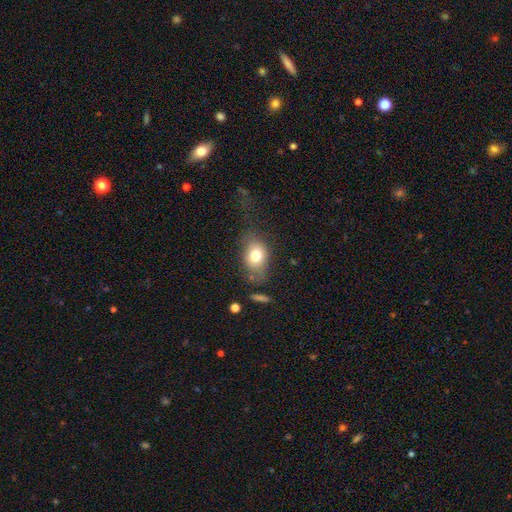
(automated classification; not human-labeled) Morphology: type=smooth (75%); roundness=in between (68%); merging=none (54%).